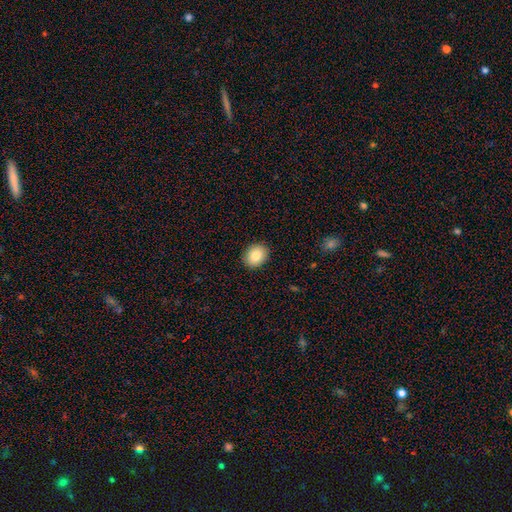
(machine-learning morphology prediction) A smooth galaxy with no disk features (85%) that is round (50%).

Vote fractions:
- Smooth or featured? smooth: 85% / star or artifact: 8% / featured or disk: 7%
- How rounded? round: 50% / in between: 49% / cigar-shaped: 1%
- Merging? none: 91% / minor disturbance: 7% / major disturbance: 2% / merger: 1%